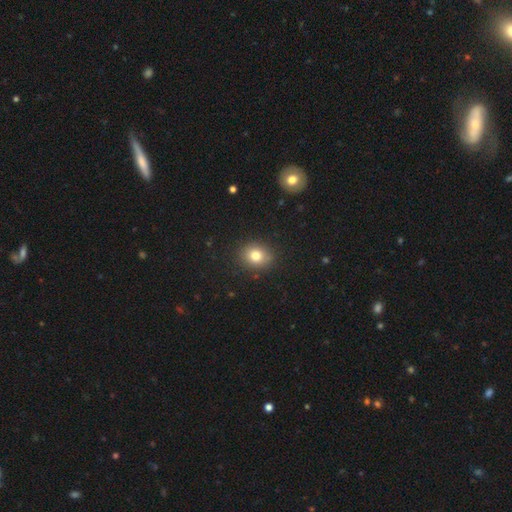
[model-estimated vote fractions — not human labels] Morphology: type=smooth (80%); roundness=round (65%); merging=none (87%).